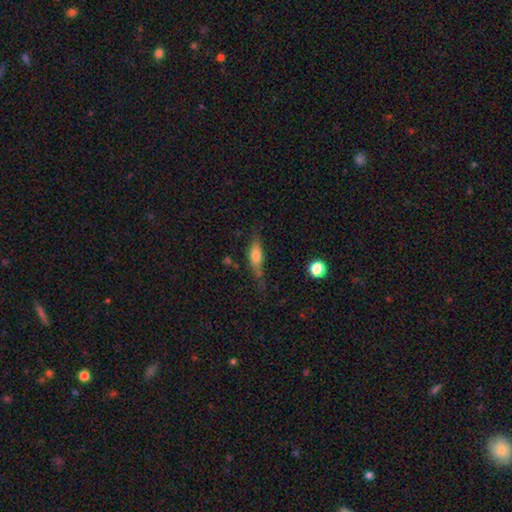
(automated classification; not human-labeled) Smooth or featured: smooth — 58% (featured or disk — 33%)
How rounded: cigar-shaped — 50% (in between — 46%)
Merging: none — 57% (minor disturbance — 28%)